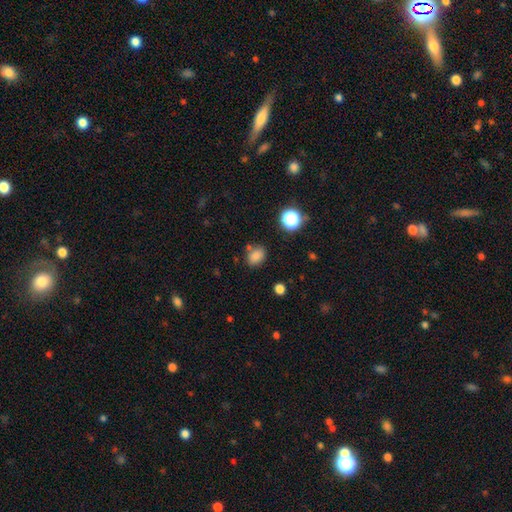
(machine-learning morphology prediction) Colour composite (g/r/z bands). It shows a smooth galaxy with no disk features (81%) that is in between round and cigar-shaped (66%). Merging: none (74%).